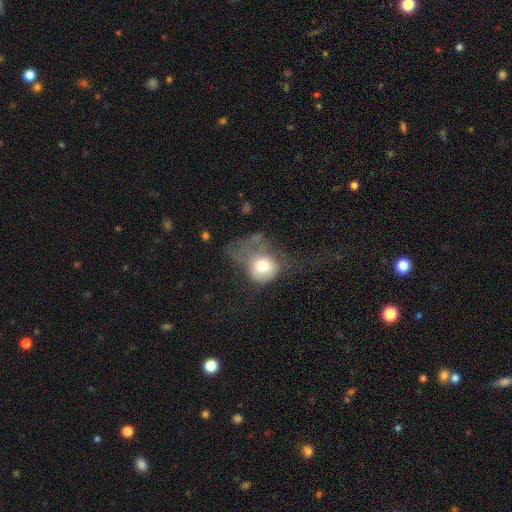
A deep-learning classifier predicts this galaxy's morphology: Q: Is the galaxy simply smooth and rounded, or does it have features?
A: smooth — 60%.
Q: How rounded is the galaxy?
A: round — 69%.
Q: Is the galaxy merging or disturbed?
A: major disturbance — 59%.